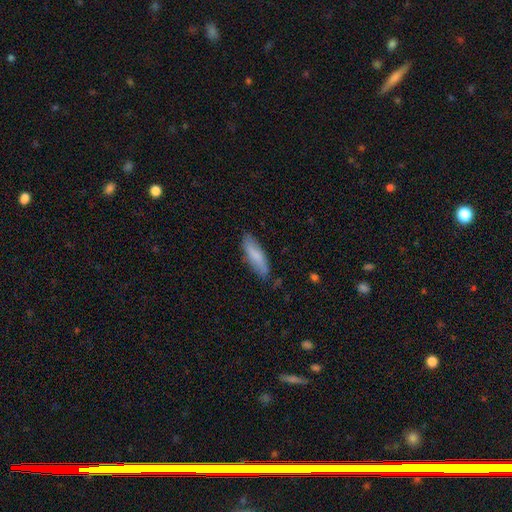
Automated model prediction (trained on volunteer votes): smooth_or_featured: smooth (p=0.77) [alt: featured or disk p=0.17]
how_rounded: cigar-shaped (p=0.53) [alt: in between p=0.45]
merging: none (p=0.78) [alt: minor disturbance p=0.17]